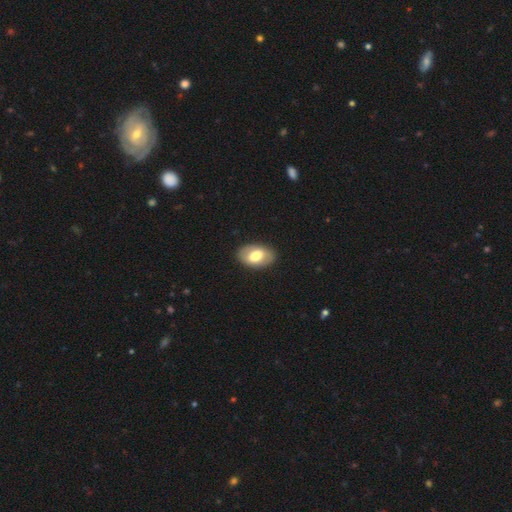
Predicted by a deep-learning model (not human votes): A smooth galaxy with no disk features (61%) that is in between round and cigar-shaped (90%). Merging: none (87%).